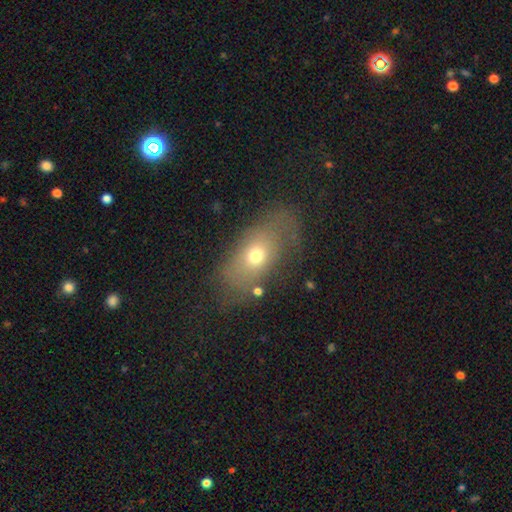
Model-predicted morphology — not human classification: Q: Smooth or featured?
A: smooth (62%); runner-up: featured or disk (25%)
Q: How rounded?
A: in between (79%); runner-up: round (16%)
Q: Merging?
A: none (57%); runner-up: minor disturbance (21%)